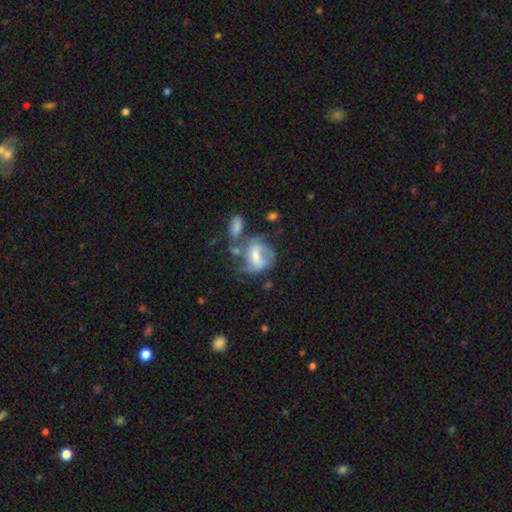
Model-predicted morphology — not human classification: A featured or disk galaxy (55%) with no bar (39%, tied with weak), spiral arms (56%) and a moderate central bulge (47%). Merging: none (31%).